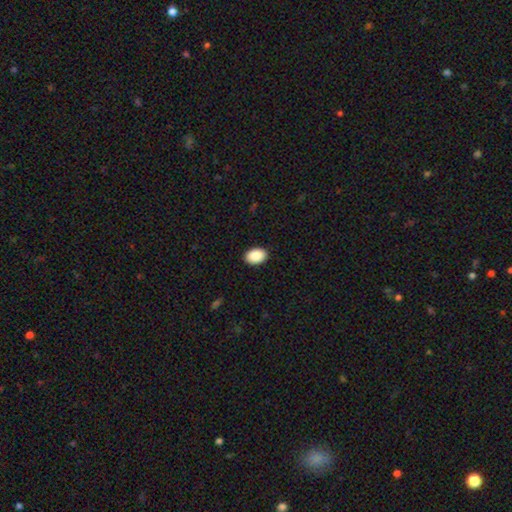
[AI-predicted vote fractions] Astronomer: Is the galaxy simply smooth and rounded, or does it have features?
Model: smooth — 90%.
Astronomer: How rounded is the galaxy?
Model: in between — 87%.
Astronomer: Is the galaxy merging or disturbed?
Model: none — 91%.